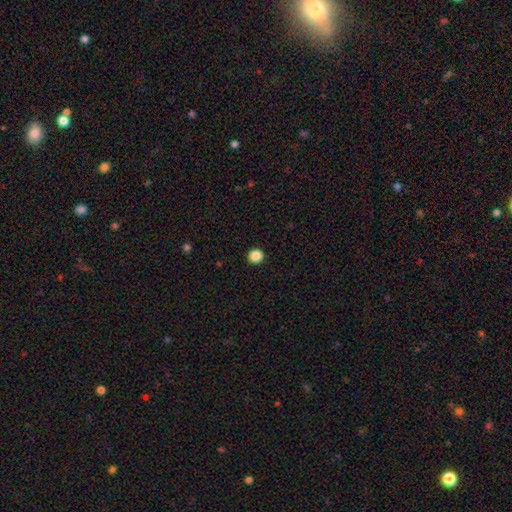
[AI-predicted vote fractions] A smooth galaxy with no disk features (87%) that is round (95%). Merging: none (94%).